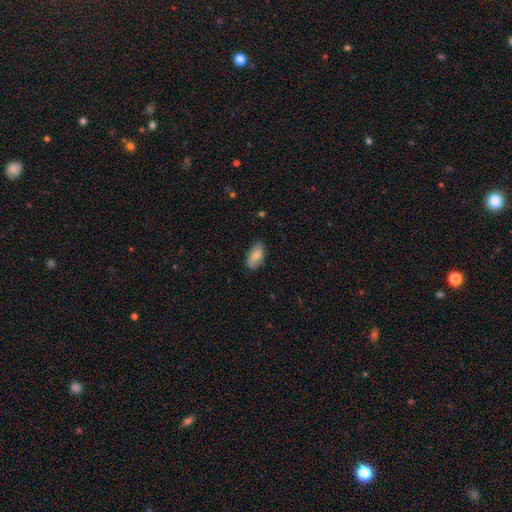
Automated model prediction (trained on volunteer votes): smooth-or-featured: smooth: 77% | featured or disk: 16% | star or artifact: 7%
  how-rounded: in between: 93% | cigar-shaped: 4% | round: 3%
  merging: none: 77% | minor disturbance: 18% | major disturbance: 4% | merger: 1%